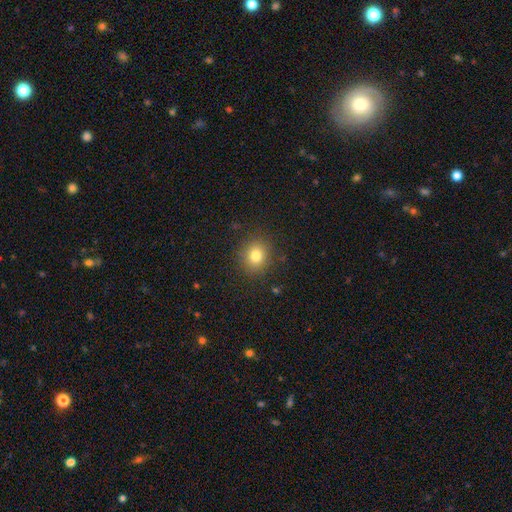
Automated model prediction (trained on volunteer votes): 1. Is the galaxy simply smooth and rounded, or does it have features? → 79% smooth, 13% star or artifact, 8% featured or disk.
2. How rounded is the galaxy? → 82% round, 17% in between, 1% cigar-shaped.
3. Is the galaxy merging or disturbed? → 88% none, 8% minor disturbance, 3% major disturbance, 1% merger.